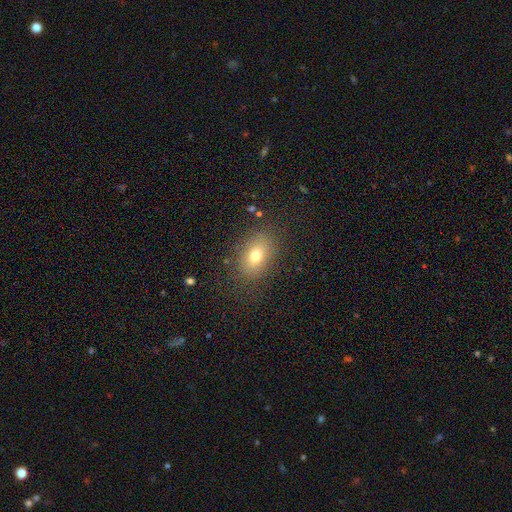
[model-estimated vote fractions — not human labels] Q: Smooth or featured?
A: smooth (73%); runner-up: featured or disk (15%)
Q: How rounded?
A: in between (80%); runner-up: round (18%)
Q: Merging?
A: none (83%); runner-up: minor disturbance (11%)